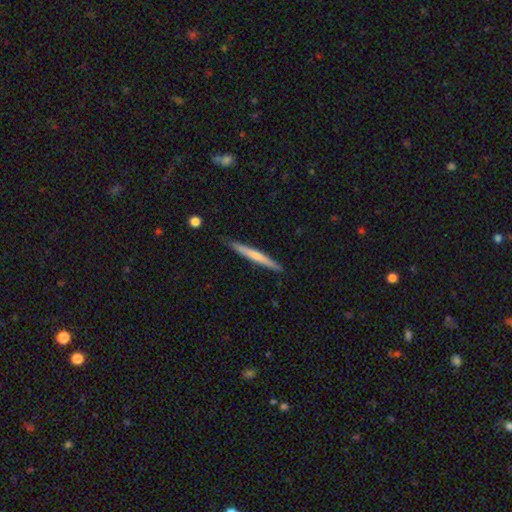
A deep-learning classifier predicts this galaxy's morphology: The model was most divided on "smooth or featured": smooth: 52%, featured or disk: 43%, star or artifact: 5%. More confident: how rounded — cigar-shaped (96%); merging — none (86%).